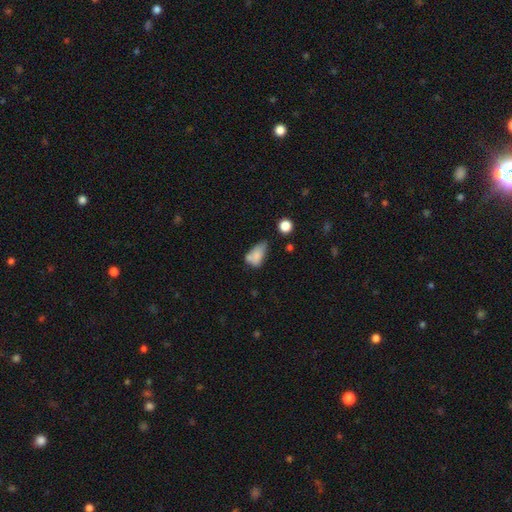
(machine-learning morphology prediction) Q: Smooth or featured?
A: smooth (71%); runner-up: featured or disk (18%)
Q: How rounded?
A: in between (85%); runner-up: round (10%)
Q: Merging?
A: minor disturbance (31%); runner-up: none (26%)